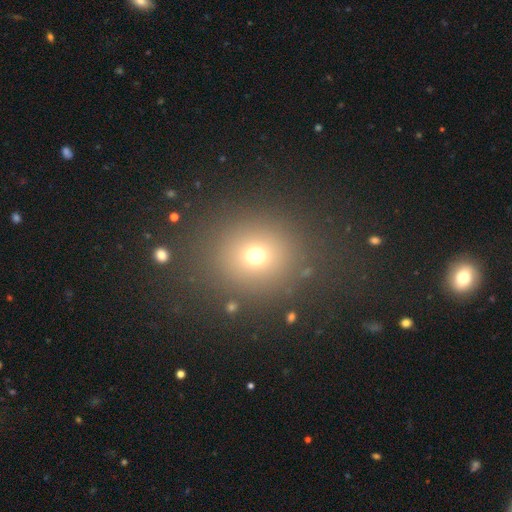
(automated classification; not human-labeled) Overall: smooth (68%). How rounded: round (81%). Merging: none (84%).